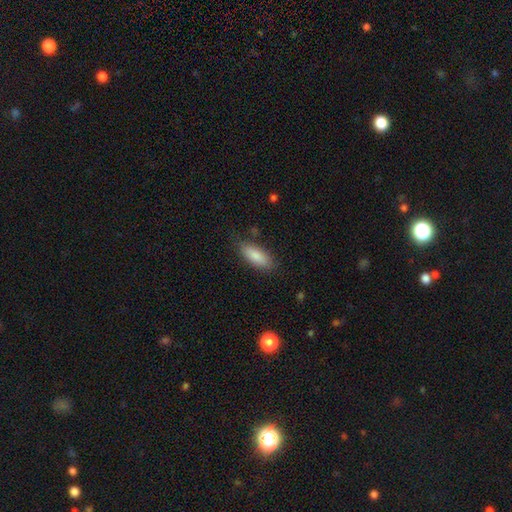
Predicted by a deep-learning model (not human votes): Morphology: type=smooth (86%); roundness=in between (77%); merging=none (80%).